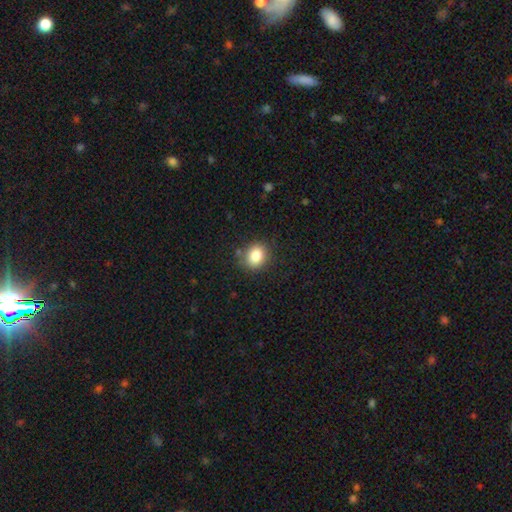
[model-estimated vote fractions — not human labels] Q: Smooth or featured?
A: smooth (83%); runner-up: star or artifact (10%)
Q: How rounded?
A: round (68%); runner-up: in between (31%)
Q: Merging?
A: none (84%); runner-up: minor disturbance (10%)